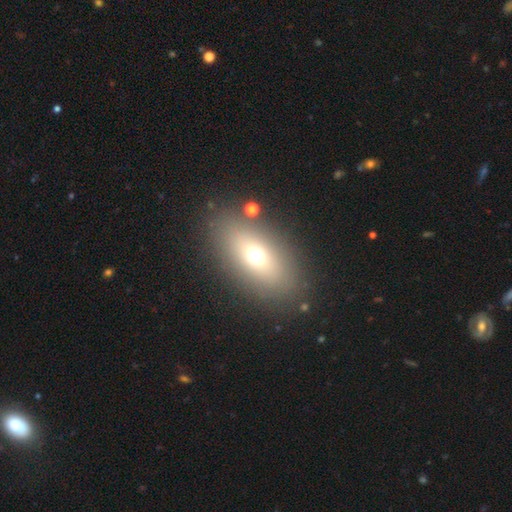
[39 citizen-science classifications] A smooth galaxy with no disk features (69%) that is in between round and cigar-shaped (89%).

Vote fractions:
- Smooth or featured? smooth: 69% / featured or disk: 23% / star or artifact: 8%
- How rounded? in between: 89% / round: 11% / cigar-shaped: 0%
- Merging? none: 83% / minor disturbance: 8% / major disturbance: 6% / merger: 3%